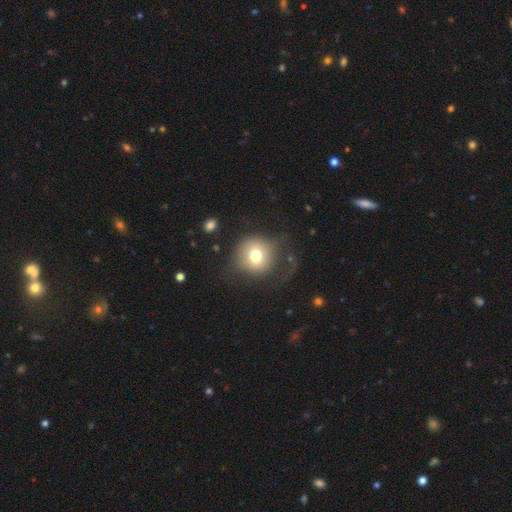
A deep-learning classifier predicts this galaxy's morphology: The model was most divided on "merging": none: 58%, major disturbance: 22%, minor disturbance: 18%, merger: 2%. More confident: how rounded — round (91%); smooth or featured — smooth (71%).